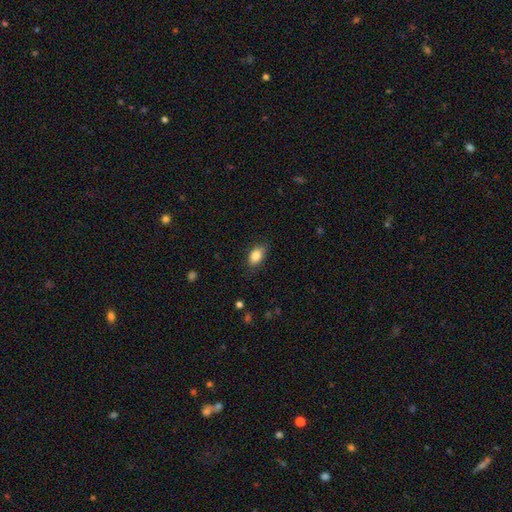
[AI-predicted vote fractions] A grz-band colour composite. It shows a smooth galaxy with no disk features (86%) that is in between round and cigar-shaped (85%). Merging: none (79%).